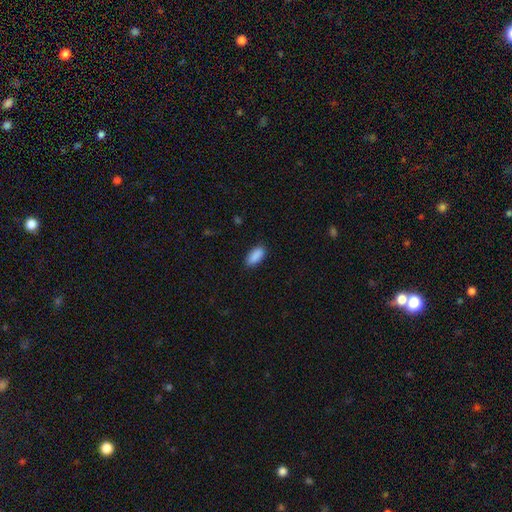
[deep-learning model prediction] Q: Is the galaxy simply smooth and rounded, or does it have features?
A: smooth — 90%.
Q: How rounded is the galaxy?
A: in between — 86%.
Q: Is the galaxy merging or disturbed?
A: none — 86%.